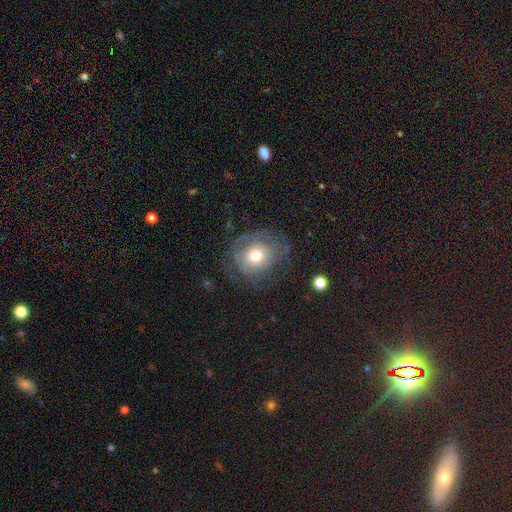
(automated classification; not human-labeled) Q: Smooth or featured?
A: smooth (50%); runner-up: featured or disk (40%)
Q: How rounded?
A: round (76%); runner-up: in between (23%)
Q: Merging?
A: none (63%); runner-up: minor disturbance (20%)